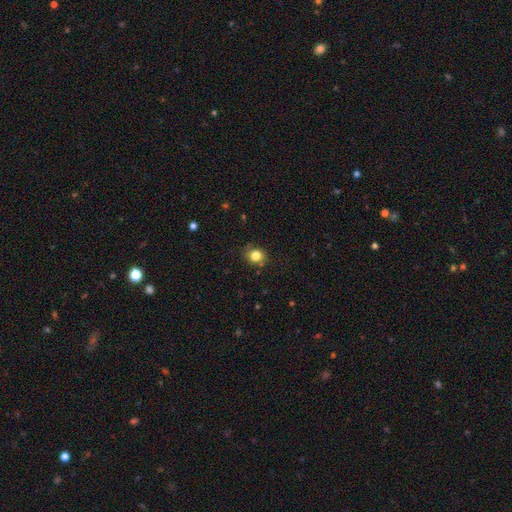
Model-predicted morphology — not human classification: Overall: smooth (81%). How rounded: round (75%). Merging: none (77%).